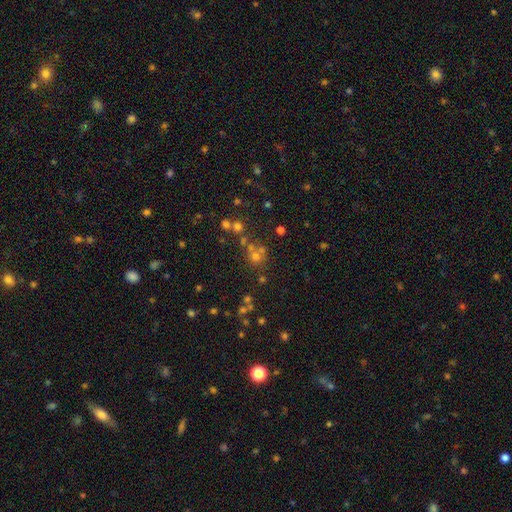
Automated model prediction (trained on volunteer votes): Morphology: type=smooth (47%); merging=none (63%).